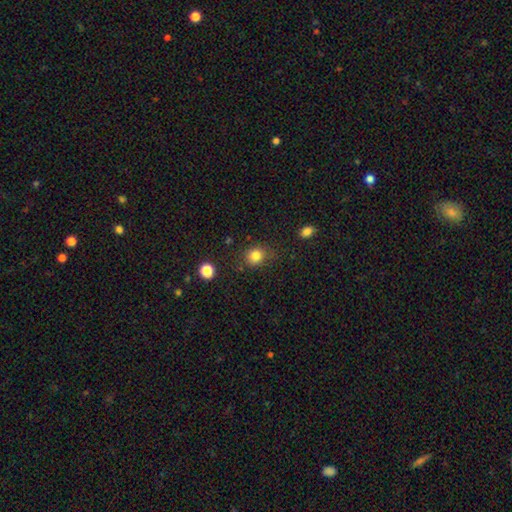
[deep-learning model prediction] smooth-or-featured: smooth: 83% | star or artifact: 12% | featured or disk: 6%
  how-rounded: round: 73% | in between: 26% | cigar-shaped: 1%
  merging: none: 77% | minor disturbance: 16% | major disturbance: 5% | merger: 3%